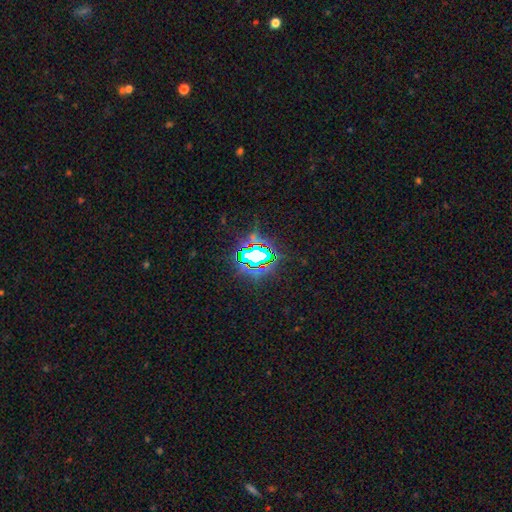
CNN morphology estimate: Overall: star or artifact (76%).